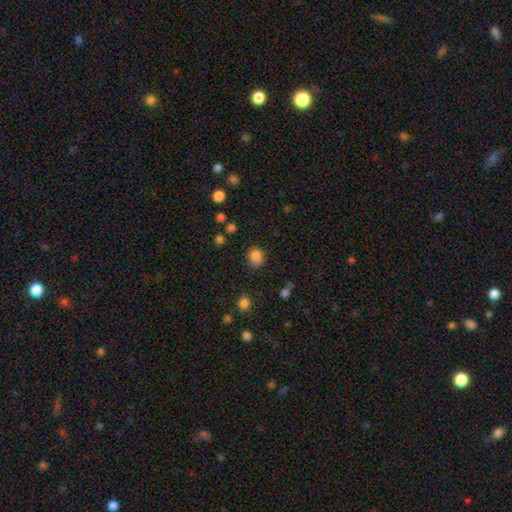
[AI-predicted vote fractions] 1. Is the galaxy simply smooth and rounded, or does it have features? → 83% smooth, 12% star or artifact, 5% featured or disk.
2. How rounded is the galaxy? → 70% round, 30% in between, 1% cigar-shaped.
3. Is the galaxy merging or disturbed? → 71% none, 20% minor disturbance, 5% major disturbance, 3% merger.